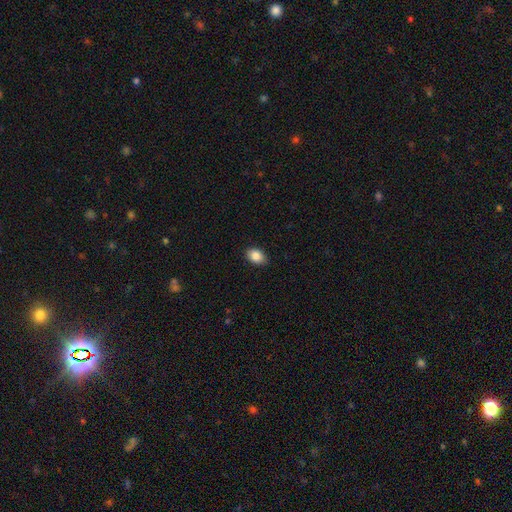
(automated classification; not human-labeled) Morphology: type=smooth (88%); roundness=in between (84%); merging=none (86%).